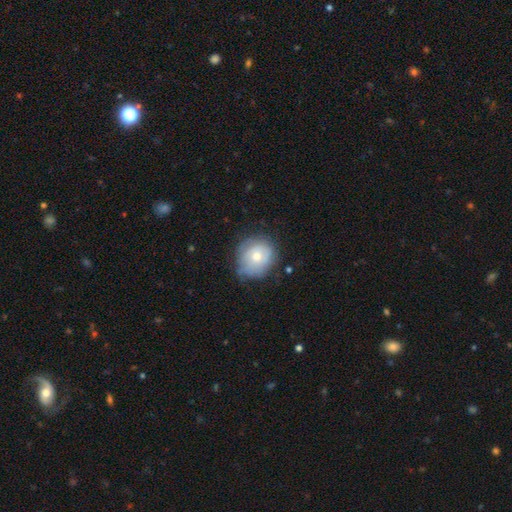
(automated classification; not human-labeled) Overall: smooth (59%; featured or disk 33%). How rounded: round (78%). Merging: none (63%; minor disturbance 28%).